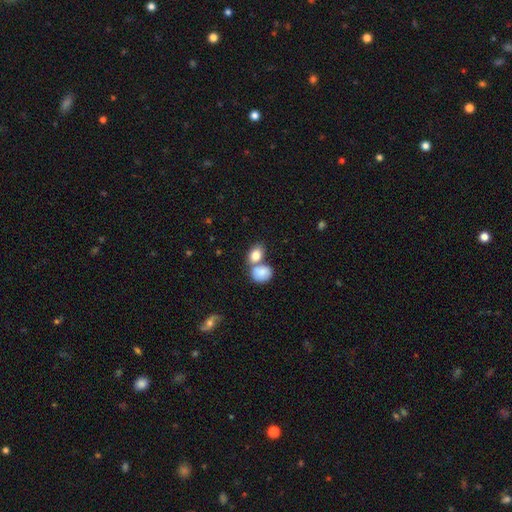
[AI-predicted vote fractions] Smooth or featured? smooth (83%)
How rounded? in between (70%)
Merging? merger (55%)